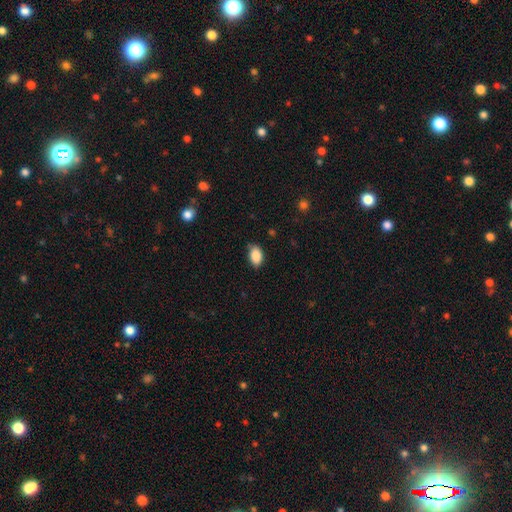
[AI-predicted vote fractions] Overall: smooth (88%). How rounded: in between (90%). Merging: none (81%).